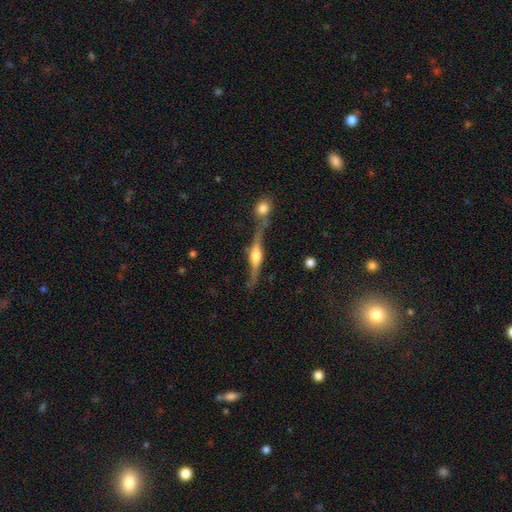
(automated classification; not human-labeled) Smooth or featured? featured or disk (77%)
Edge-on disk? yes (91%)
Edge-on bulge? rounded (90%)
Merging? none (50%)